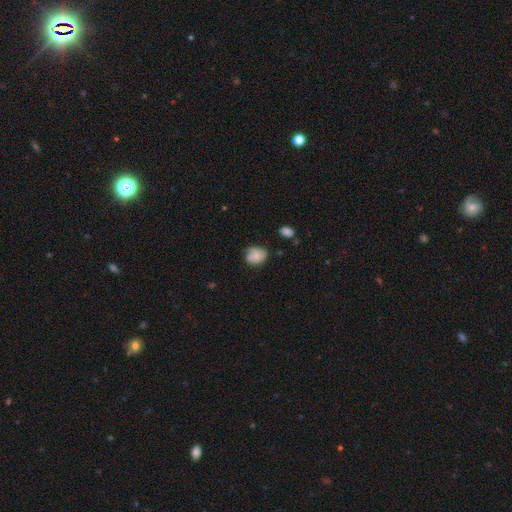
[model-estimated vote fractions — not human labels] A smooth galaxy with no disk features (67%) that is round (52%). Merging: none (56%).